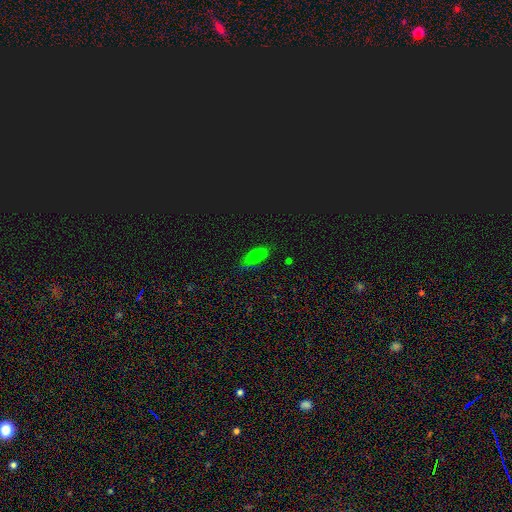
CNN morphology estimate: A smooth galaxy with no disk features (69%) that is in between round and cigar-shaped (77%). Merging: none (77%).